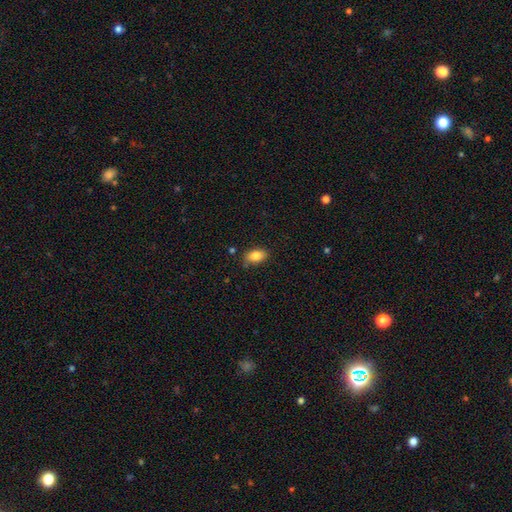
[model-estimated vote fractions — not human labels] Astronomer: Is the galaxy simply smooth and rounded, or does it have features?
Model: smooth — 85%.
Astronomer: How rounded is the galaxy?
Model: in between — 90%.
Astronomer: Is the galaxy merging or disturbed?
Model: none — 80%.